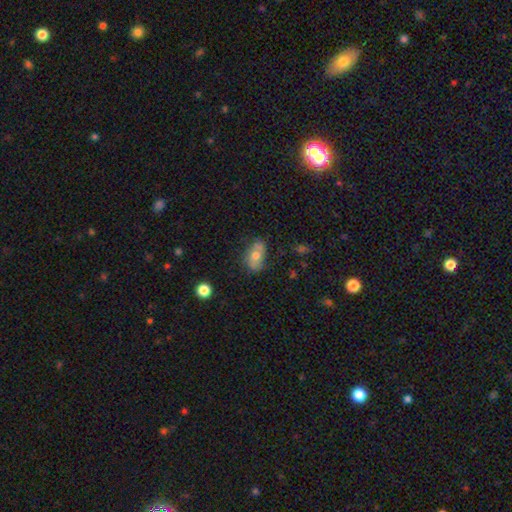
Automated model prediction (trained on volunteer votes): smooth_or_featured: smooth (p=0.60) [alt: featured or disk p=0.31]
how_rounded: in between (p=0.85) [alt: round p=0.12]
merging: none (p=0.69) [alt: minor disturbance p=0.23]